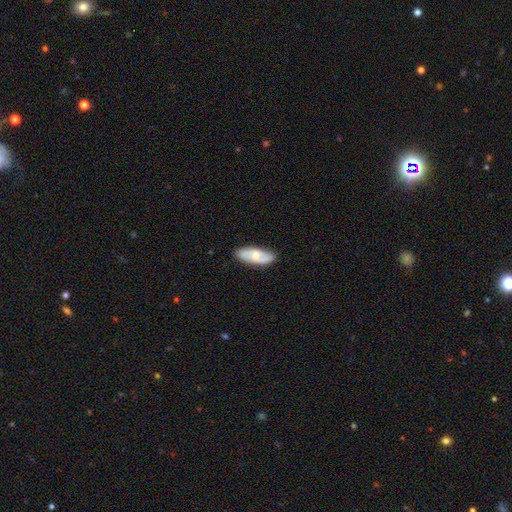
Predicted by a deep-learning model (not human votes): smooth_or_featured: smooth (p=0.58) [alt: featured or disk p=0.37]
how_rounded: in between (p=0.79) [alt: cigar-shaped p=0.19]
merging: none (p=0.84) [alt: minor disturbance p=0.13]